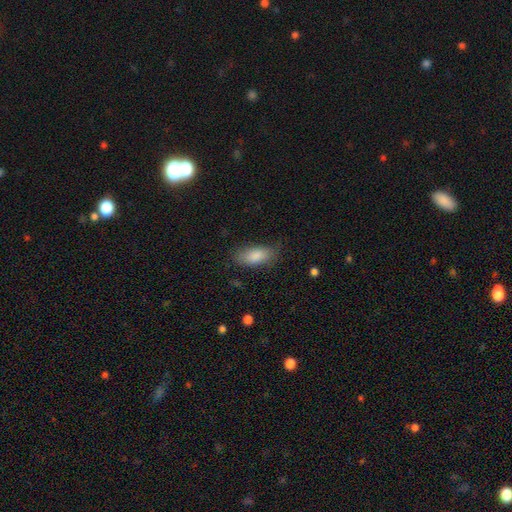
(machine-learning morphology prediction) type=smooth (86%); roundness=in between (88%); merging=none (75%).